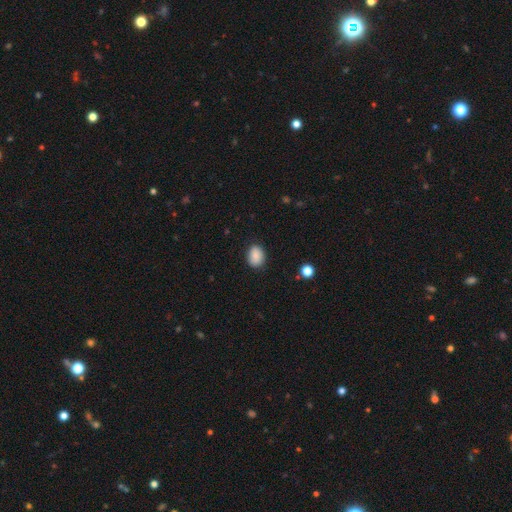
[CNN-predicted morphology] Smooth or featured? smooth (88%)
How rounded? in between (66%)
Merging? none (84%)